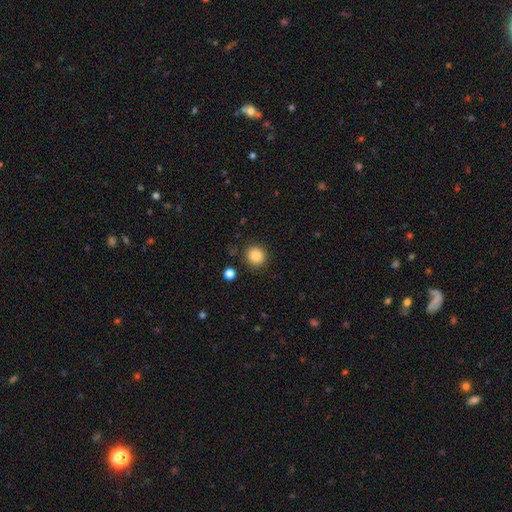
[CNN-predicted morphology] smooth-or-featured: smooth: 86% | star or artifact: 10% | featured or disk: 4%
  how-rounded: round: 91% | in between: 8% | cigar-shaped: 1%
  merging: none: 89% | minor disturbance: 7% | major disturbance: 2% | merger: 2%